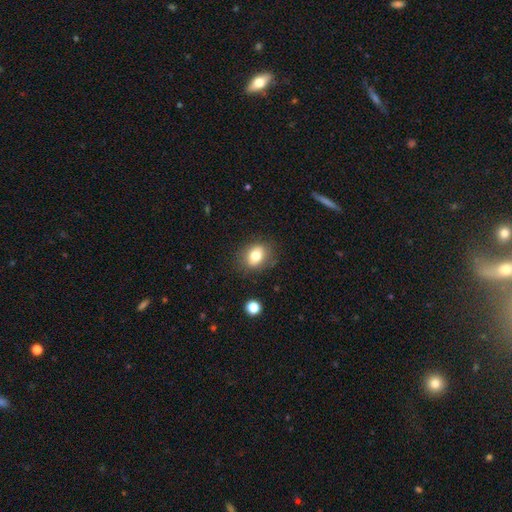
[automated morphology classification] This is likely a smooth galaxy (78%). How rounded: possibly in between (53%). Merging: clearly none (81%).